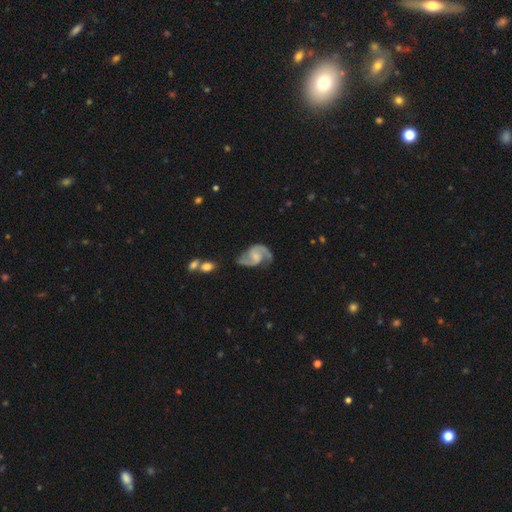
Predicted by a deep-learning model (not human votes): A featured or disk galaxy (89%) with no bar (47%), 2 (91%) medium (53%) spiral arms (97%) and a small central bulge (37%). Merging: none (66%).